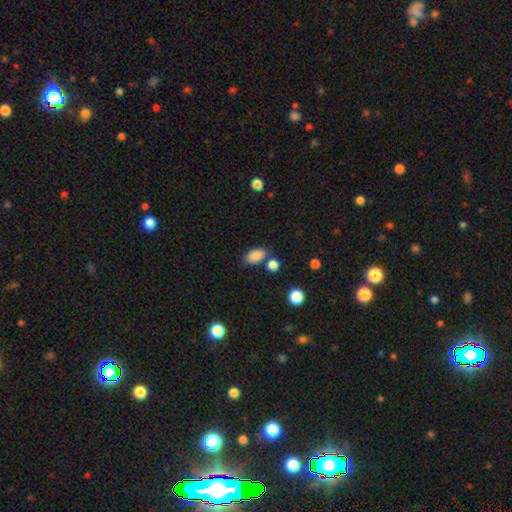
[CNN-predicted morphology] smooth_or_featured: smooth (p=0.87) [alt: star or artifact p=0.09]
how_rounded: in between (p=0.90) [alt: round p=0.08]
merging: none (p=0.73) [alt: minor disturbance p=0.13]